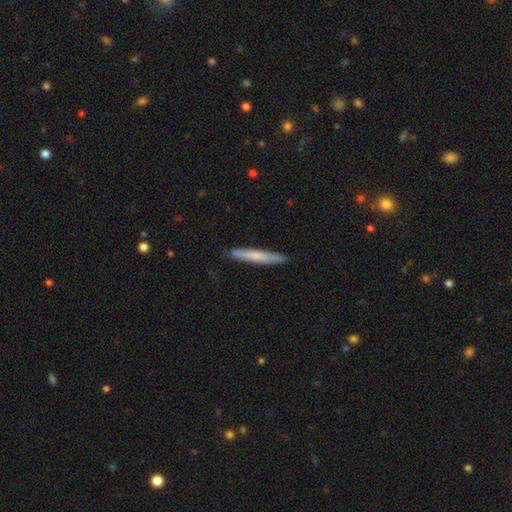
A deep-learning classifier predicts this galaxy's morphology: smooth 67%, featured or disk 27%, star or artifact 6%. Down the decision tree: how rounded — cigar-shaped (95%); merging — none (88%).